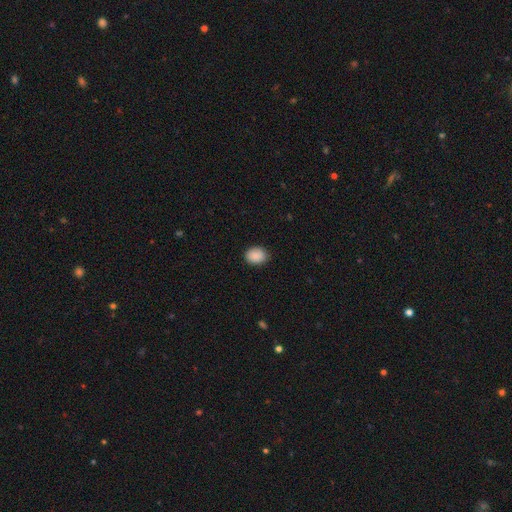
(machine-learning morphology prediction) smooth-or-featured: smooth: 89% | star or artifact: 7% | featured or disk: 4%
  how-rounded: in between: 58% | round: 41% | cigar-shaped: 1%
  merging: none: 85% | minor disturbance: 12% | major disturbance: 2% | merger: 1%